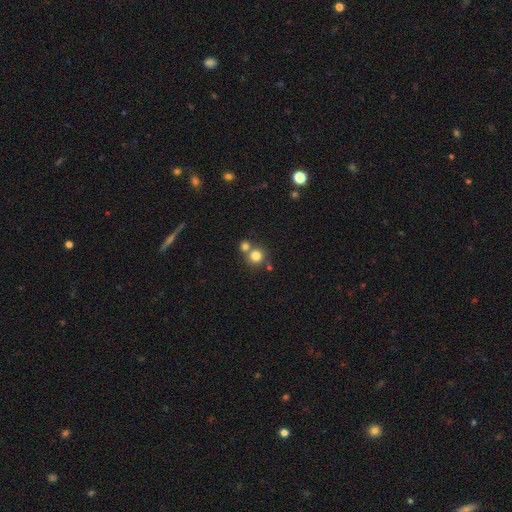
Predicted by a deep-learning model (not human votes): smooth_or_featured: smooth (p=0.79) [alt: star or artifact p=0.12]
how_rounded: round (p=0.90) [alt: in between p=0.09]
merging: none (p=0.57) [alt: merger p=0.33]